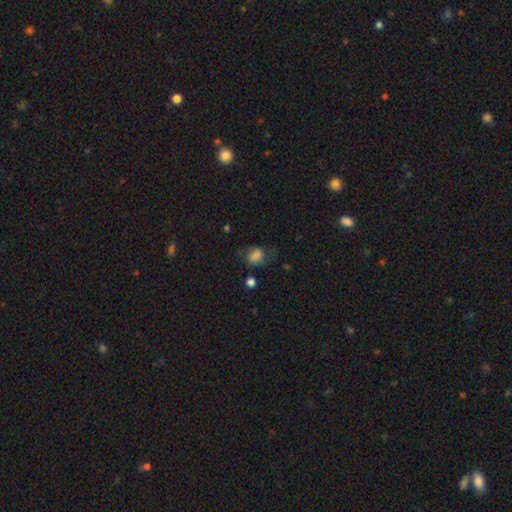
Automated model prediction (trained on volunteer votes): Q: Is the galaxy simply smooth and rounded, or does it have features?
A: smooth — 73%.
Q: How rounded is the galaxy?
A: in between — 64%.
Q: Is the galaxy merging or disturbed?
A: none — 48%.